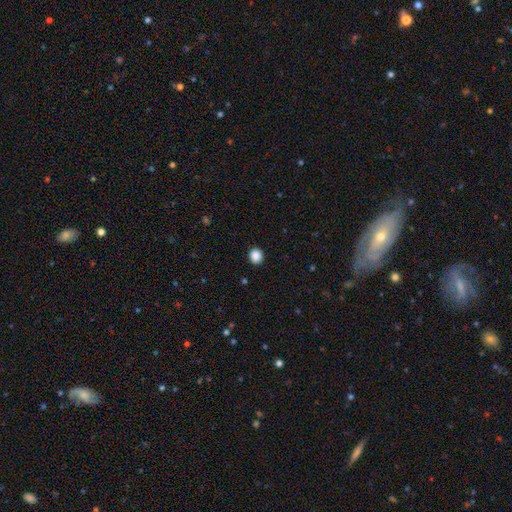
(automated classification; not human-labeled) Smooth or featured?
  - smooth: 88% *
  - star or artifact: 10%
  - featured or disk: 2%
How rounded?
  - round: 78% *
  - in between: 21%
  - cigar-shaped: 1%
Merging?
  - none: 92% *
  - minor disturbance: 6%
  - major disturbance: 2%
  - merger: 1%